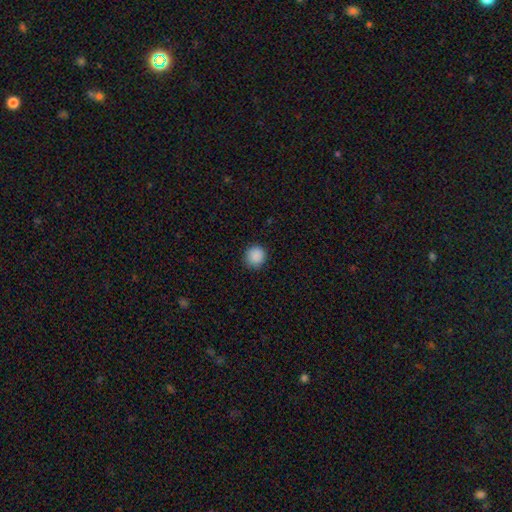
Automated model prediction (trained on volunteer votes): Morphology: type=smooth (88%); roundness=round (92%); merging=none (89%).